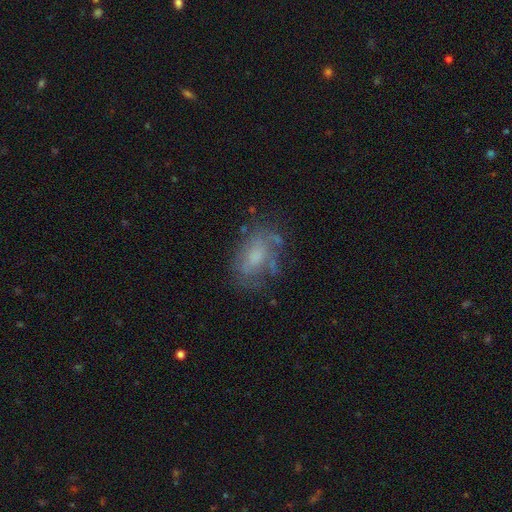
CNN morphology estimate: Smooth or featured?
  - featured or disk: 46% *
  - smooth: 43%
  - star or artifact: 11%
Merging?
  - none: 54% *
  - minor disturbance: 24%
  - major disturbance: 18%
  - merger: 4%